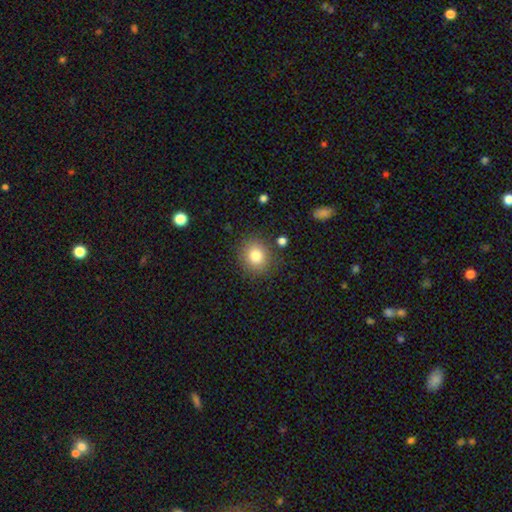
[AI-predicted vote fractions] A smooth galaxy with no disk features (82%) that is round (82%).

Vote fractions:
- Smooth or featured? smooth: 82% / star or artifact: 11% / featured or disk: 8%
- How rounded? round: 82% / in between: 17% / cigar-shaped: 1%
- Merging? none: 85% / minor disturbance: 9% / major disturbance: 3% / merger: 3%